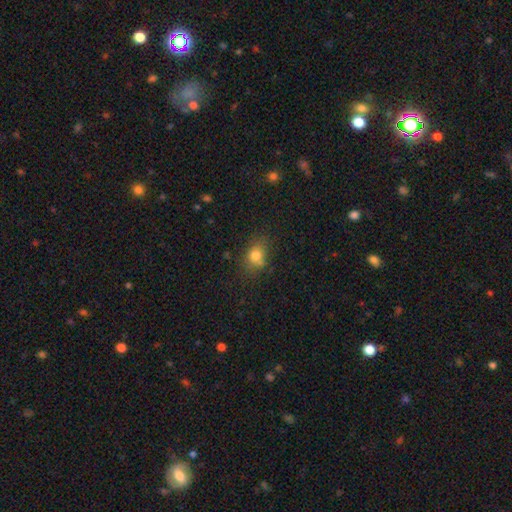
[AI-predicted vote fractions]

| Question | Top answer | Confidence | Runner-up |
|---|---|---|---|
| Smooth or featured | smooth | 77% | star or artifact (13%) |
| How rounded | round | 52% | in between (47%) |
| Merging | none | 65% | minor disturbance (20%) |